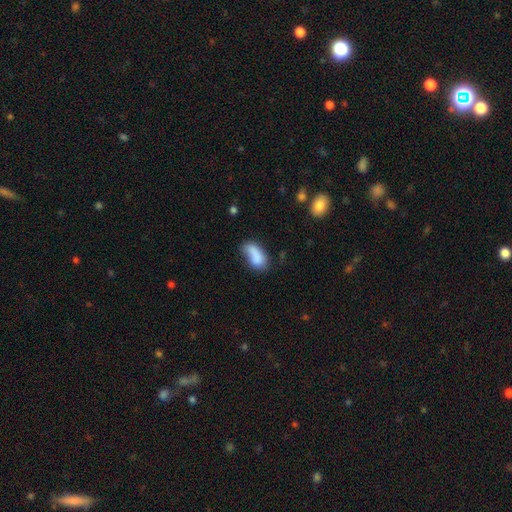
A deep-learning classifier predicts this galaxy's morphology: A smooth galaxy with no disk features (80%) that is in between round and cigar-shaped (90%). Merging: none (41%).